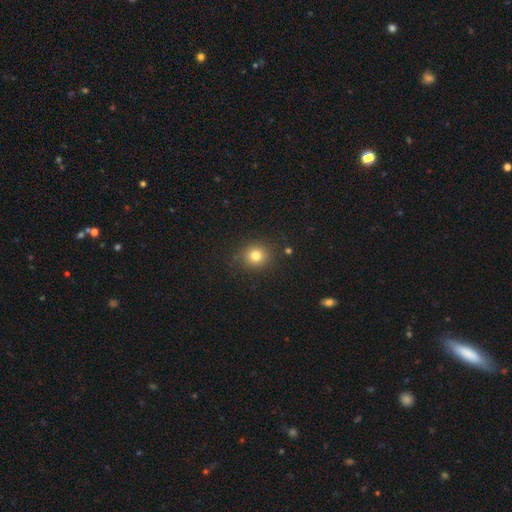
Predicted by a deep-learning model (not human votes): The model was most divided on "smooth or featured": smooth: 78%, star or artifact: 14%, featured or disk: 8%. More confident: how rounded — round (88%); merging — none (86%).